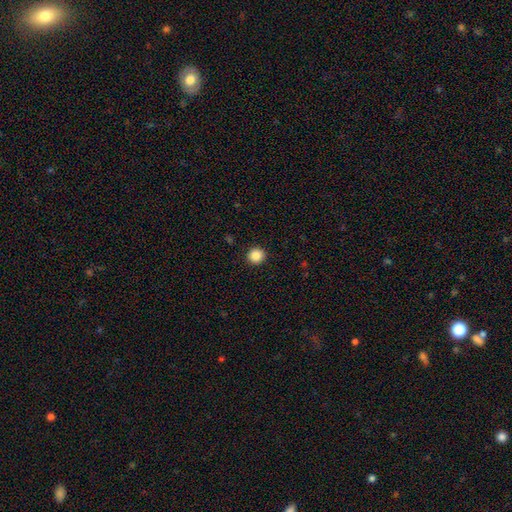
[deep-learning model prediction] A smooth galaxy with no disk features (86%) that is round (92%).

Vote fractions:
- Smooth or featured? smooth: 86% / star or artifact: 10% / featured or disk: 4%
- How rounded? round: 92% / in between: 7% / cigar-shaped: 1%
- Merging? none: 93% / minor disturbance: 5% / major disturbance: 2% / merger: 1%